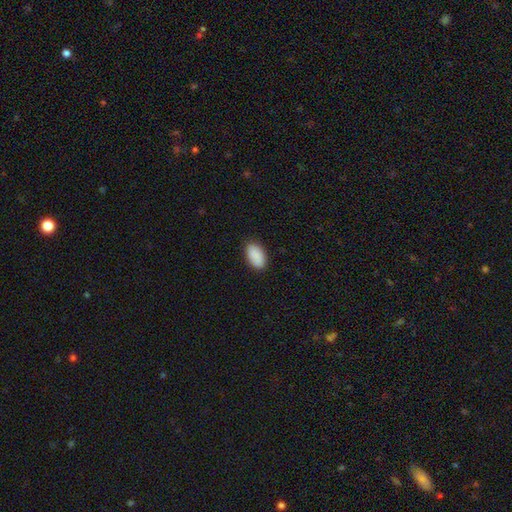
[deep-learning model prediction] Smooth or featured? Predicted: smooth (p=0.91). How rounded? Predicted: in between (p=0.94). Merging? Predicted: none (p=0.87).